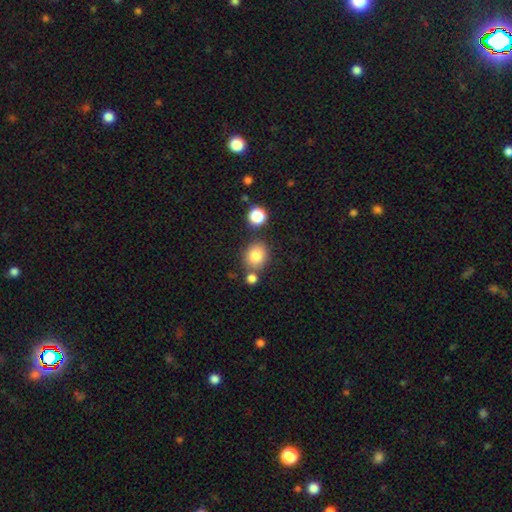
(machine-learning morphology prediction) smooth_or_featured: smooth (p=0.82) [alt: star or artifact p=0.10]
how_rounded: round (p=0.72) [alt: in between p=0.27]
merging: none (p=0.72) [alt: merger p=0.13]